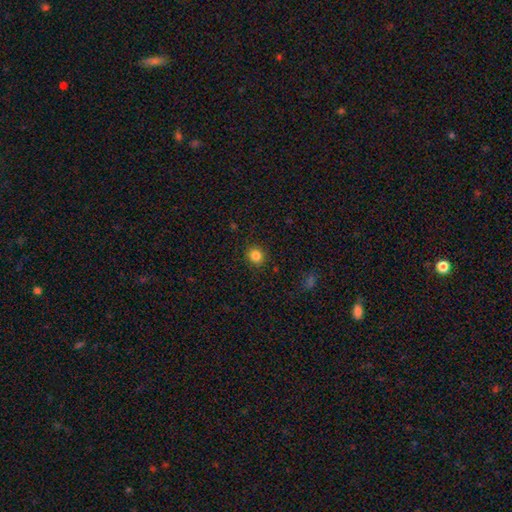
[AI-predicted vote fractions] Smooth or featured: smooth — 84% (star or artifact — 12%)
How rounded: round — 87% (in between — 12%)
Merging: none — 90% (minor disturbance — 7%)